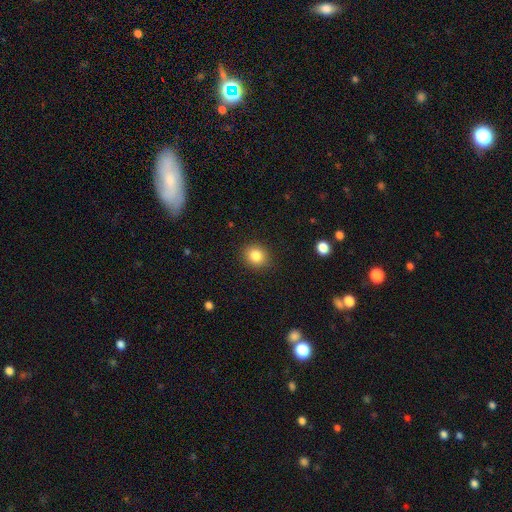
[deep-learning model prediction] Smooth or featured?
  - smooth: 84% *
  - star or artifact: 10%
  - featured or disk: 6%
How rounded?
  - round: 79% *
  - in between: 20%
  - cigar-shaped: 1%
Merging?
  - none: 89% *
  - minor disturbance: 8%
  - major disturbance: 2%
  - merger: 1%